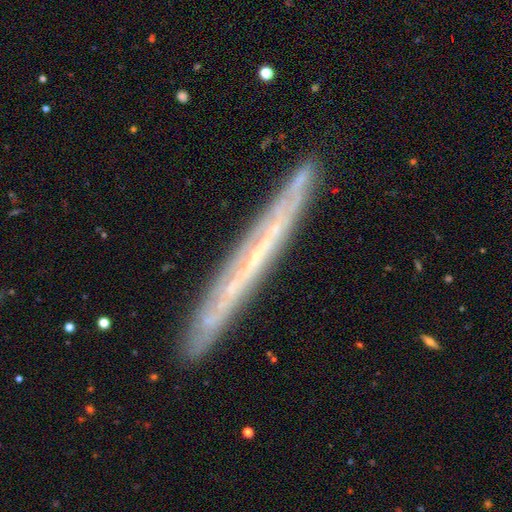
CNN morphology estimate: This appears to be a featured or disk galaxy (66%) viewed edge-on (92%) with no central bulge (87%). Merging: none (88%).